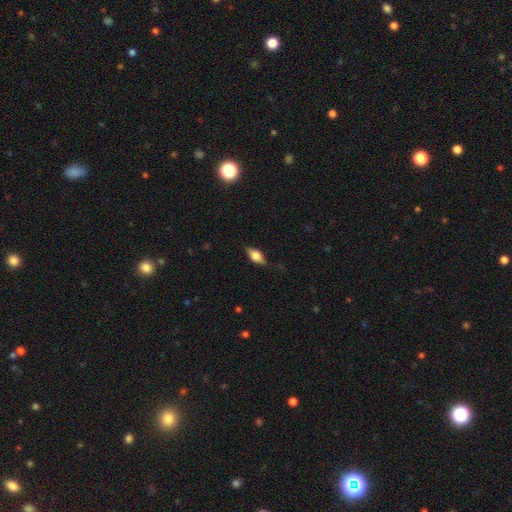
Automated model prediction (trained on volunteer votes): Smooth or featured: smooth — 66% (featured or disk — 26%)
How rounded: in between — 84% (cigar-shaped — 11%)
Merging: none — 79% (minor disturbance — 17%)